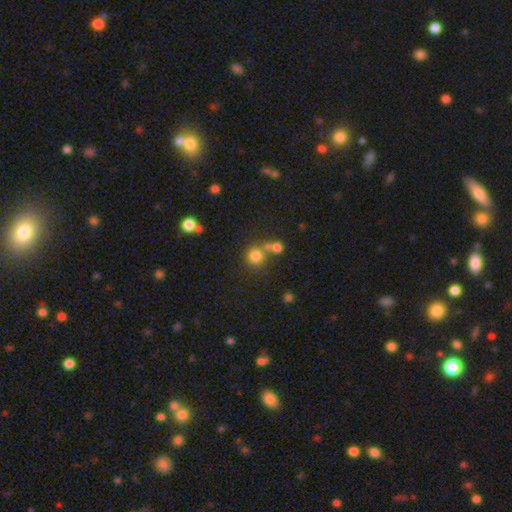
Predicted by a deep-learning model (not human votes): Overall: smooth (77%). How rounded: round (89%). Merging: none (57%; merger 30%).